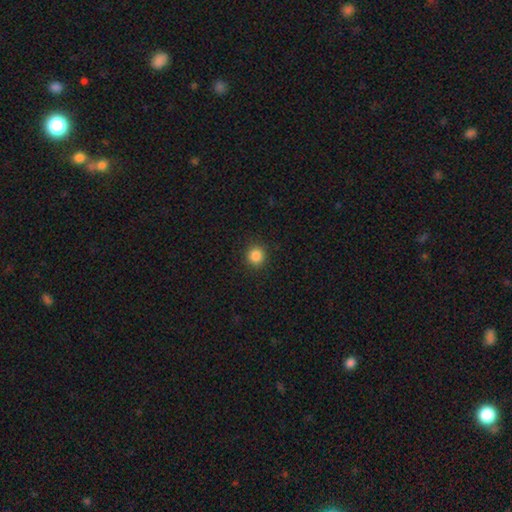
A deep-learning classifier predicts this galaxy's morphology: type=smooth (86%); roundness=round (91%); merging=none (91%).